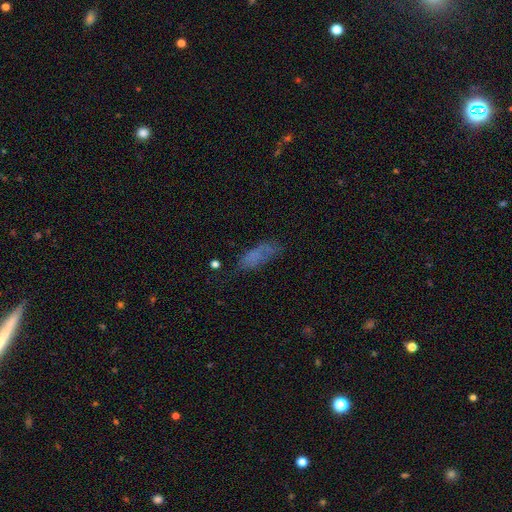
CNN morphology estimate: smooth_or_featured: smooth (p=0.66) [alt: featured or disk p=0.20]
how_rounded: in between (p=0.68) [alt: cigar-shaped p=0.29]
merging: none (p=0.51) [alt: minor disturbance p=0.27]